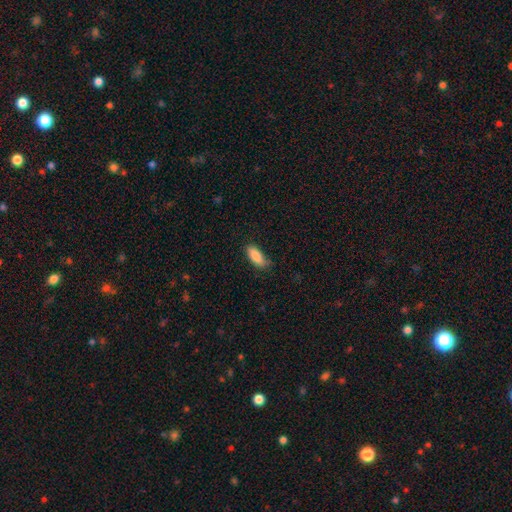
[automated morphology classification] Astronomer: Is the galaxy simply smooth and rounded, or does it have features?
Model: smooth — 87%.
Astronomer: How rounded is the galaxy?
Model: in between — 79%.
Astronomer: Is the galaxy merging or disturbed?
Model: none — 74%.